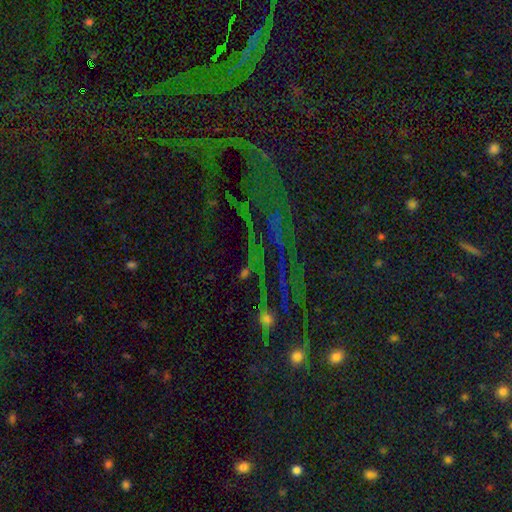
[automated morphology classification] Q: Smooth or featured?
A: star or artifact (79%); runner-up: smooth (11%)